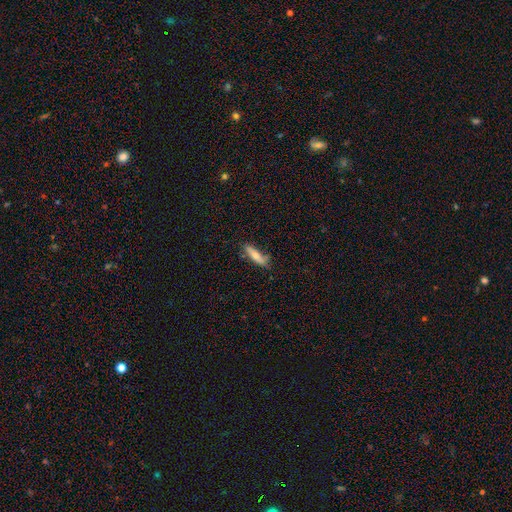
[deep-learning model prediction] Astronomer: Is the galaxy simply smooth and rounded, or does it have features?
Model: smooth — 67%.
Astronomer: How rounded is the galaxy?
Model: cigar-shaped — 73%.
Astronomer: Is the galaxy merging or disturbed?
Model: none — 71%.